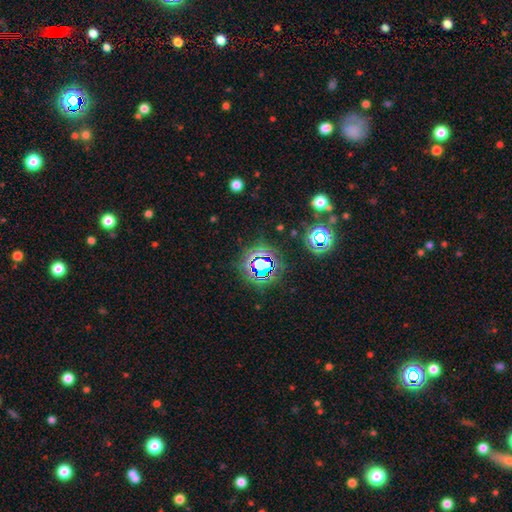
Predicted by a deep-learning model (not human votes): star or artifact 71%, smooth 19%, featured or disk 10%.